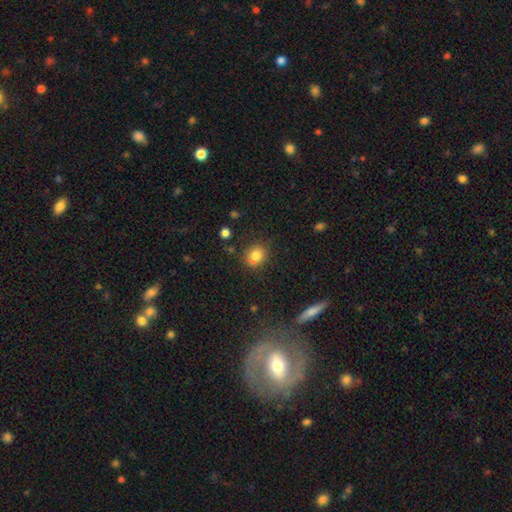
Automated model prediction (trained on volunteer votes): This appears to be a smooth galaxy with no disk features (80%) that is round (67%). Merging: none (71%).